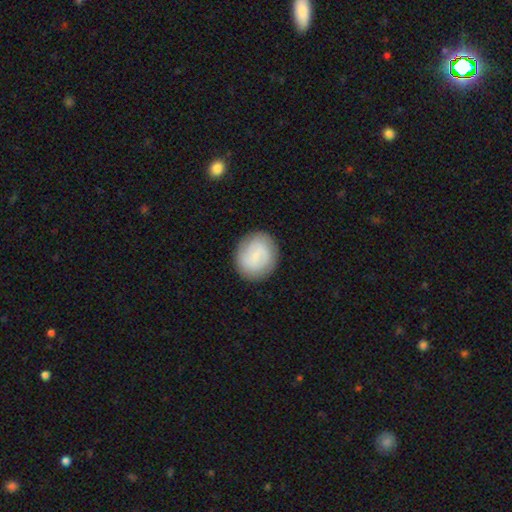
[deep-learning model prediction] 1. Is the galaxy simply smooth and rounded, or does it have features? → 66% smooth, 27% featured or disk, 7% star or artifact.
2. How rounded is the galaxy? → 79% round, 20% in between, 1% cigar-shaped.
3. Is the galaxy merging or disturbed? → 87% none, 9% minor disturbance, 3% major disturbance, 1% merger.